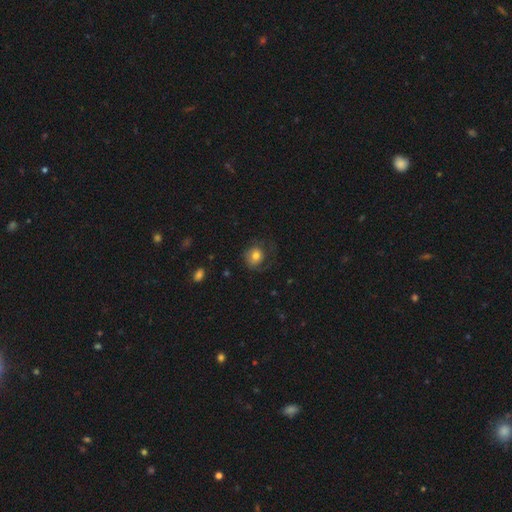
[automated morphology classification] This appears to be a smooth galaxy with no disk features (69%) that is round (71%). Merging: none (56%).